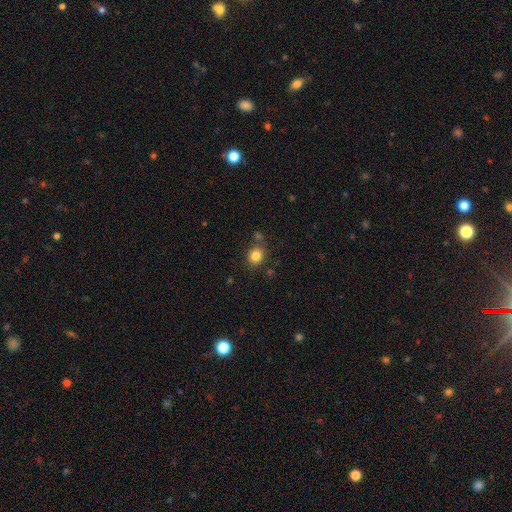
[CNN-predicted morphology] Smooth or featured?
  - smooth: 83% *
  - star or artifact: 11%
  - featured or disk: 6%
How rounded?
  - round: 65% *
  - in between: 34%
  - cigar-shaped: 1%
Merging?
  - none: 78% *
  - minor disturbance: 11%
  - merger: 7%
  - major disturbance: 3%